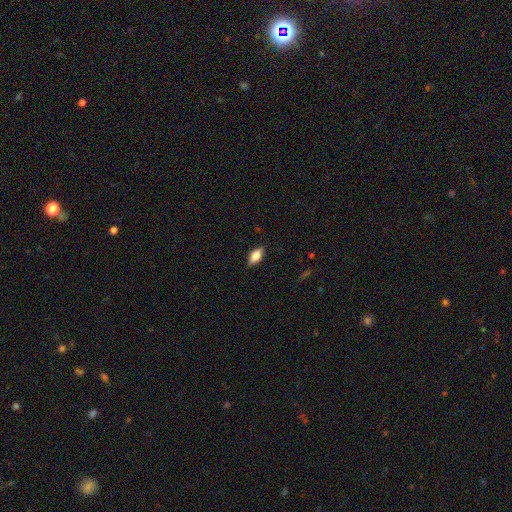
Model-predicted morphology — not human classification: smooth 68%, featured or disk 25%, star or artifact 7%. Down the decision tree: how rounded — in between (83%); merging — none (86%).